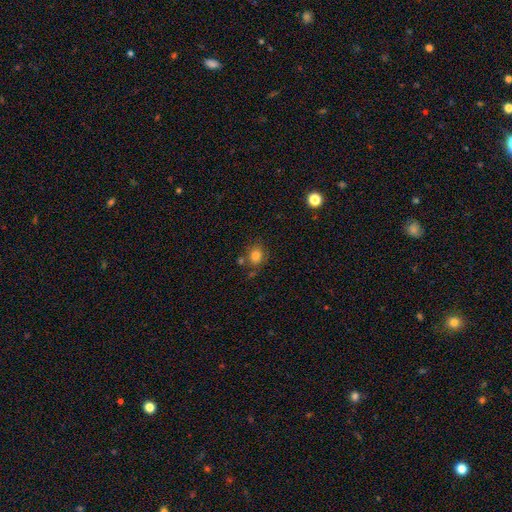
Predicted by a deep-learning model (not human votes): This is clearly a smooth galaxy (81%). How rounded: likely round (65%). Merging: likely none (69%).